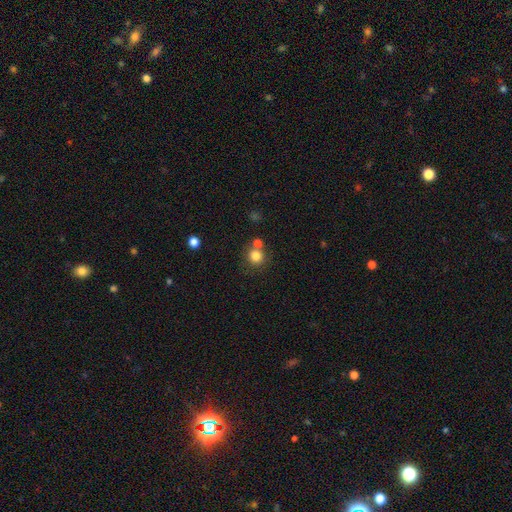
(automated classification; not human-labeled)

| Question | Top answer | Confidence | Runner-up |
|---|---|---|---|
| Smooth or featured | smooth | 81% | star or artifact (12%) |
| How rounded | round | 90% | in between (9%) |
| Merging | none | 66% | merger (22%) |